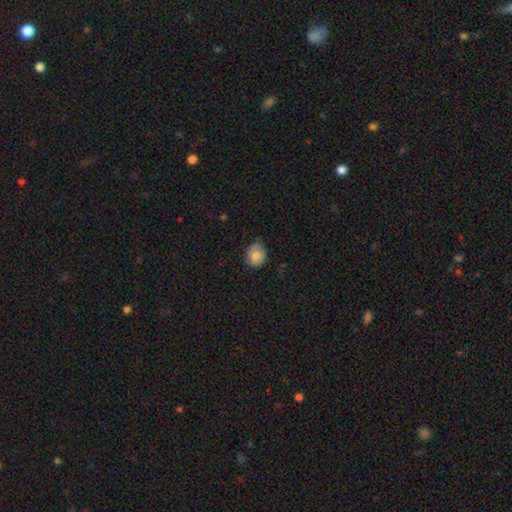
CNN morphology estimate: The model was most divided on "how rounded": round: 62%, in between: 37%, cigar-shaped: 1%. More confident: smooth or featured — smooth (79%); merging — none (64%).